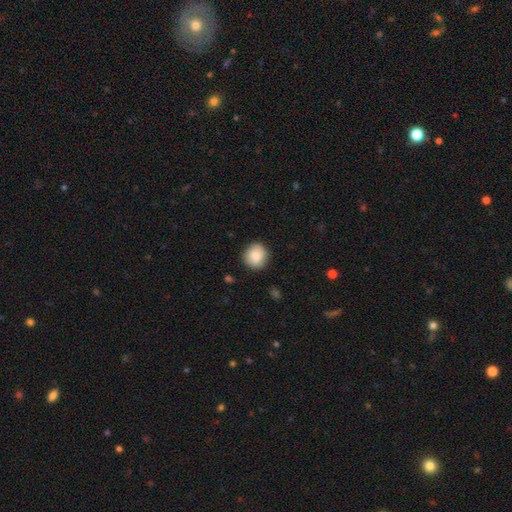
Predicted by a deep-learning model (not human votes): The model was most divided on "smooth or featured": smooth: 87%, star or artifact: 7%, featured or disk: 6%. More confident: how rounded — round (89%); merging — none (88%).